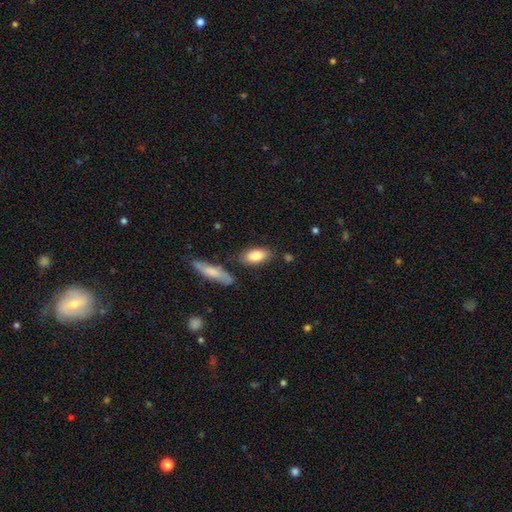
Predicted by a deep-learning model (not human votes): A smooth galaxy with no disk features (83%) that is in between round and cigar-shaped (87%). Merging: none (78%).